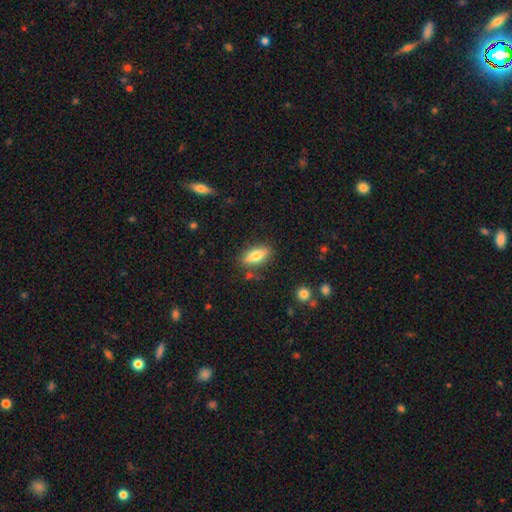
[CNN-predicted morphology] A smooth galaxy with no disk features (68%) that is in between round and cigar-shaped (71%).

Vote fractions:
- Smooth or featured? smooth: 68% / featured or disk: 25% / star or artifact: 7%
- How rounded? in between: 71% / cigar-shaped: 25% / round: 4%
- Merging? none: 83% / minor disturbance: 11% / major disturbance: 3% / merger: 3%